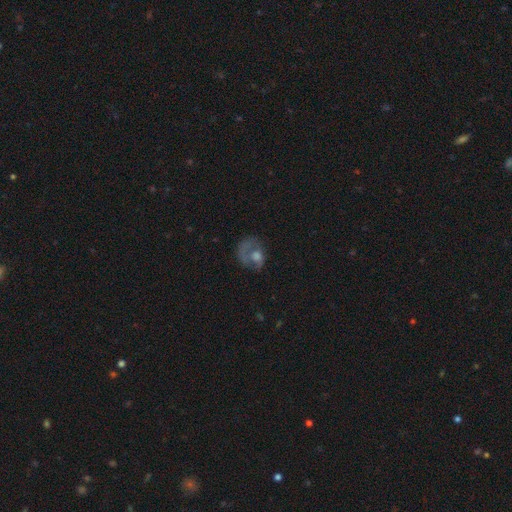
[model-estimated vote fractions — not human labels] This appears to be a featured or disk galaxy (53%) with no bar (84%), no spiral arms (53%) and a moderate central bulge (47%). Merging: major disturbance (41%).